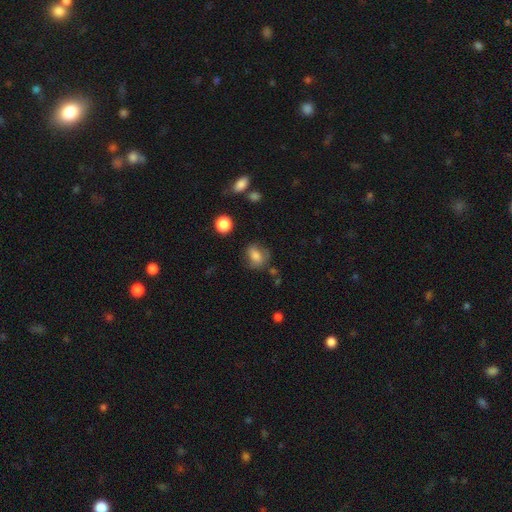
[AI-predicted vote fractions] smooth-or-featured: smooth: 70% | featured or disk: 19% | star or artifact: 11%
  how-rounded: in between: 52% | round: 46% | cigar-shaped: 2%
  merging: none: 61% | minor disturbance: 24% | major disturbance: 11% | merger: 4%